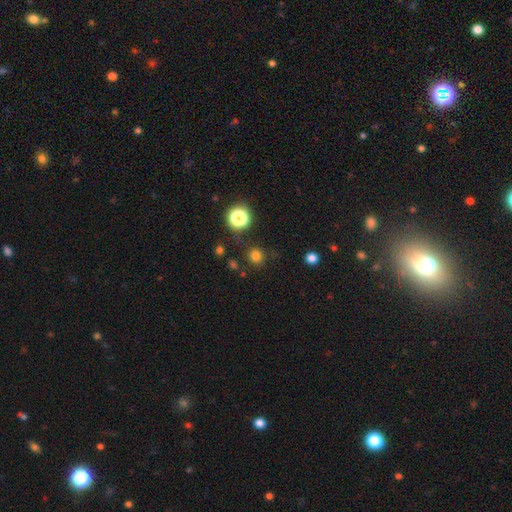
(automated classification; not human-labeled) A smooth galaxy with no disk features (78%) that is round (90%). Merging: none (83%).